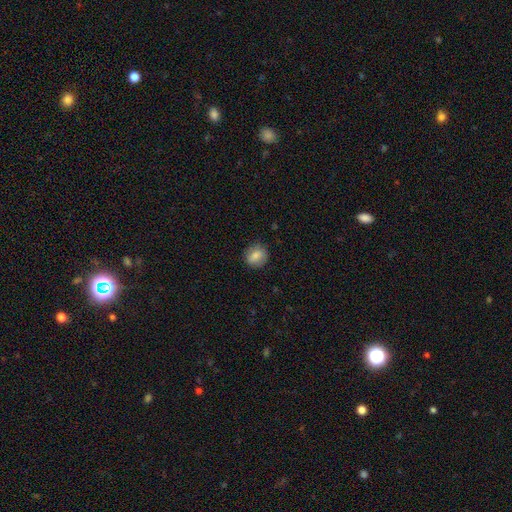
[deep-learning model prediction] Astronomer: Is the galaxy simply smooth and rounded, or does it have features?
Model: smooth — 79%.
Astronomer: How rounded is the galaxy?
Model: round — 78%.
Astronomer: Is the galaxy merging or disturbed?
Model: none — 86%.